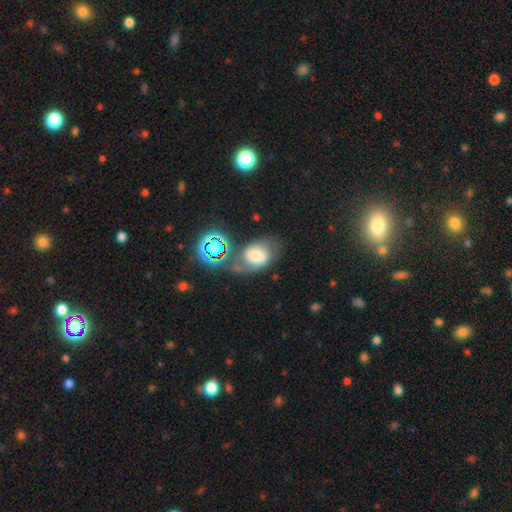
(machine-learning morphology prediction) smooth_or_featured: smooth (p=0.50) [alt: featured or disk p=0.34]
how_rounded: in between (p=0.67) [alt: round p=0.31]
merging: none (p=0.39) [alt: minor disturbance p=0.24]